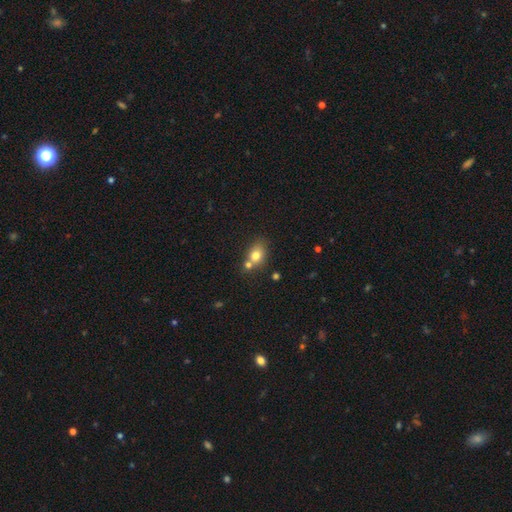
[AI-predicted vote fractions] Smooth or featured? Predicted: smooth (p=0.76). How rounded? Predicted: in between (p=0.61). Merging? Predicted: none (p=0.48).